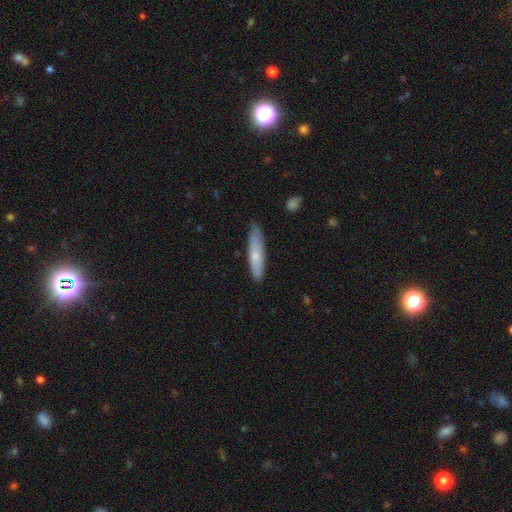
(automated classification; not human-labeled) smooth 66%, featured or disk 28%, star or artifact 6%. Down the decision tree: how rounded — cigar-shaped (78%); merging — none (81%).